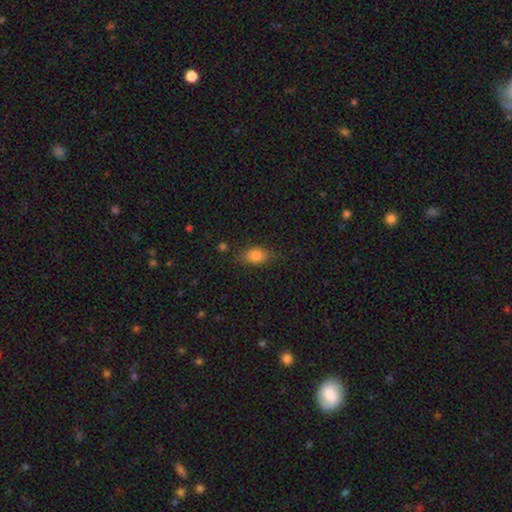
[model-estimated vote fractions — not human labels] smooth_or_featured: smooth (p=0.80) [alt: star or artifact p=0.10]
how_rounded: in between (p=0.74) [alt: round p=0.21]
merging: none (p=0.72) [alt: minor disturbance p=0.20]